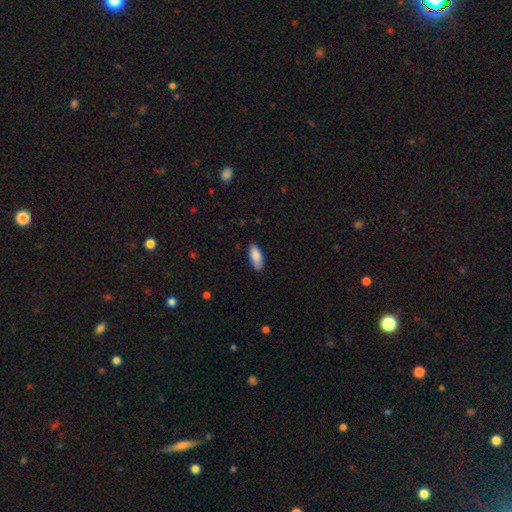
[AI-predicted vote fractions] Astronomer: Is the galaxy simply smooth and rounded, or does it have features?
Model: smooth — 87%.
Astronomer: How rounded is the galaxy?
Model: in between — 80%.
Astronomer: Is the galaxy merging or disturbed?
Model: none — 84%.